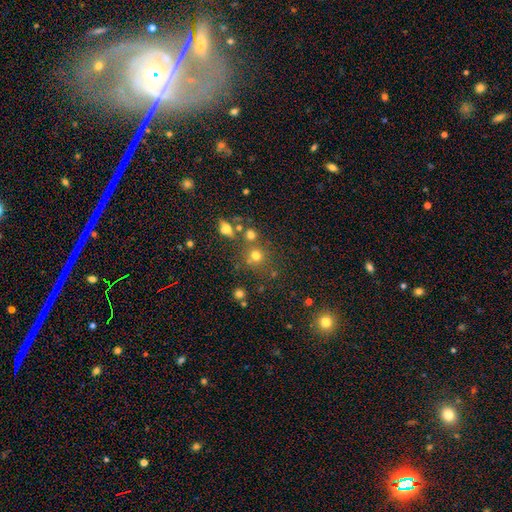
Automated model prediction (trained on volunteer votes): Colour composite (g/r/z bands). It shows a smooth galaxy with no disk features (66%) that is round (89%). Merging: none (69%).